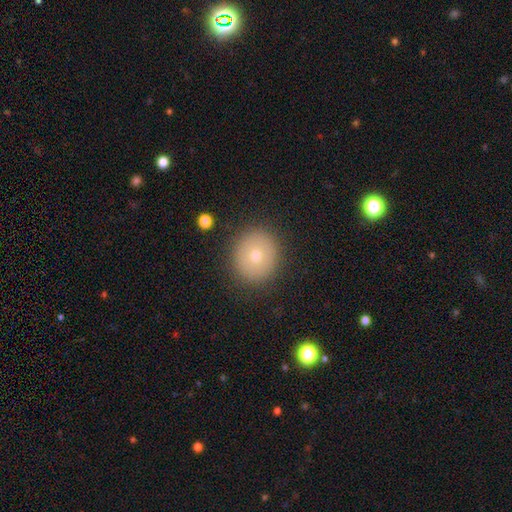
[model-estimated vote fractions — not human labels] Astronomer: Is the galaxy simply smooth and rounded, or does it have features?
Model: smooth — 71%.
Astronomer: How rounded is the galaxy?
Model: round — 85%.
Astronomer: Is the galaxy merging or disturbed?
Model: none — 88%.